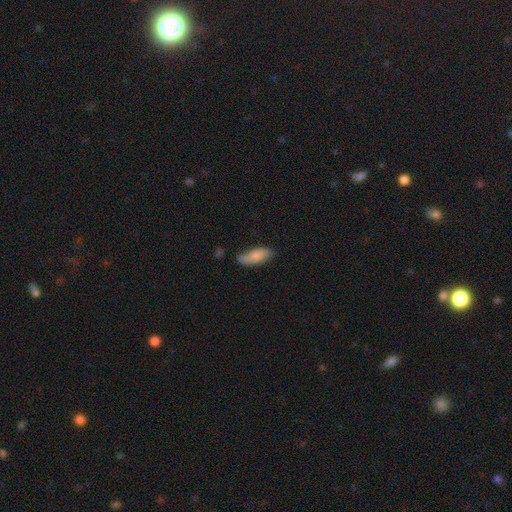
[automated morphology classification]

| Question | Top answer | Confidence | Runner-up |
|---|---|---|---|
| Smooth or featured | smooth | 78% | featured or disk (16%) |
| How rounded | in between | 73% | cigar-shaped (25%) |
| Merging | none | 65% | minor disturbance (27%) |